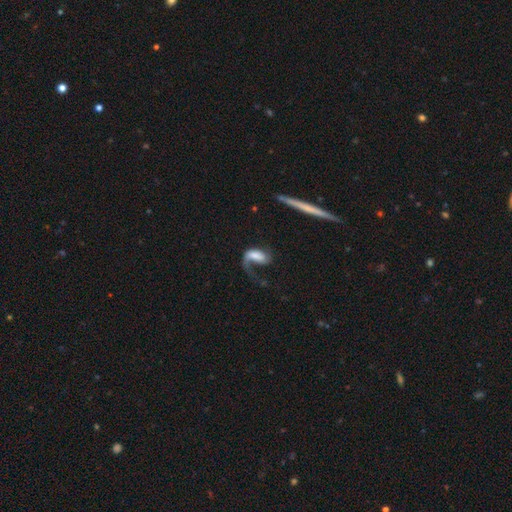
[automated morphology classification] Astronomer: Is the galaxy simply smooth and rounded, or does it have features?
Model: featured or disk — 55% (runner-up: smooth, 37%).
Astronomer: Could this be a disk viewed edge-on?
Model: no — 94%.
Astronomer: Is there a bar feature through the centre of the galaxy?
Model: no — 51% (runner-up: weak, 29%).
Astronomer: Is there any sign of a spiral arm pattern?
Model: yes — 82%.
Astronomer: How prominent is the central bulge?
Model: none — 32% (runner-up: moderate, 21%).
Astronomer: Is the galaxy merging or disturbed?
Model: major disturbance — 54%.